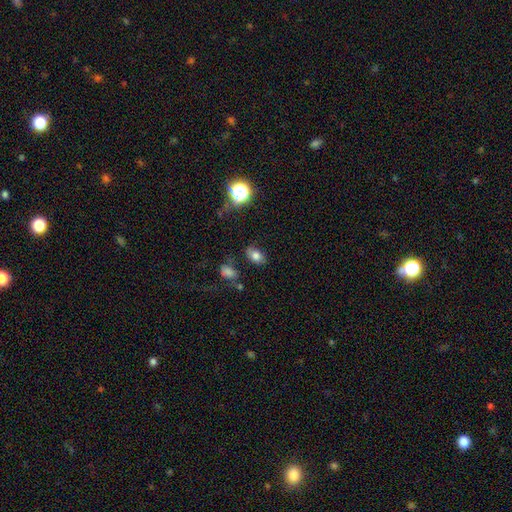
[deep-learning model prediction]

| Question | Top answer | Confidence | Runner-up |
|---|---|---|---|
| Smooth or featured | smooth | 75% | star or artifact (14%) |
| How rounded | in between | 83% | round (15%) |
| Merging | none | 75% | minor disturbance (17%) |